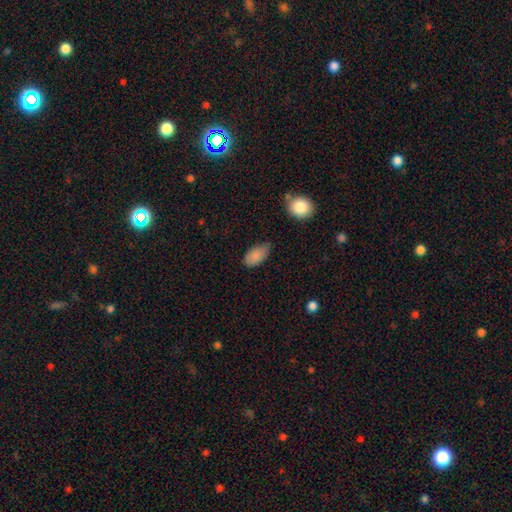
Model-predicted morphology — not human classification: Smooth or featured? Predicted: smooth (p=0.85). How rounded? Predicted: in between (p=0.93). Merging? Predicted: none (p=0.58).